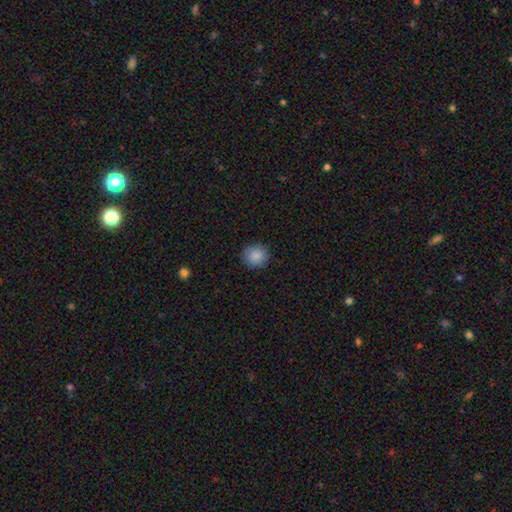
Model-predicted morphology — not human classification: Q: Smooth or featured?
A: smooth (88%); runner-up: star or artifact (8%)
Q: How rounded?
A: round (86%); runner-up: in between (13%)
Q: Merging?
A: none (88%); runner-up: minor disturbance (9%)